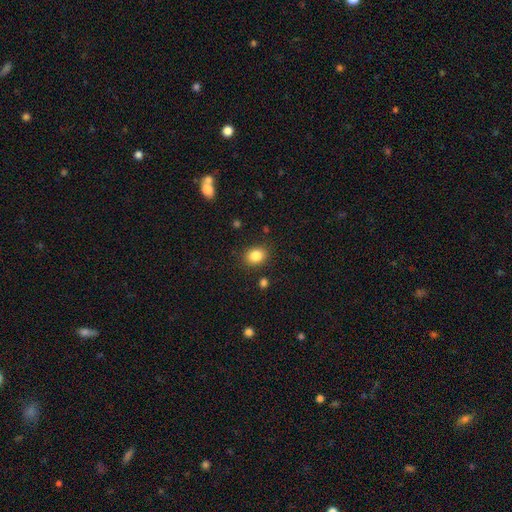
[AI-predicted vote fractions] Smooth or featured?
  - smooth: 84% *
  - star or artifact: 10%
  - featured or disk: 5%
How rounded?
  - round: 52% *
  - in between: 48%
  - cigar-shaped: 1%
Merging?
  - none: 86% *
  - minor disturbance: 9%
  - major disturbance: 3%
  - merger: 2%